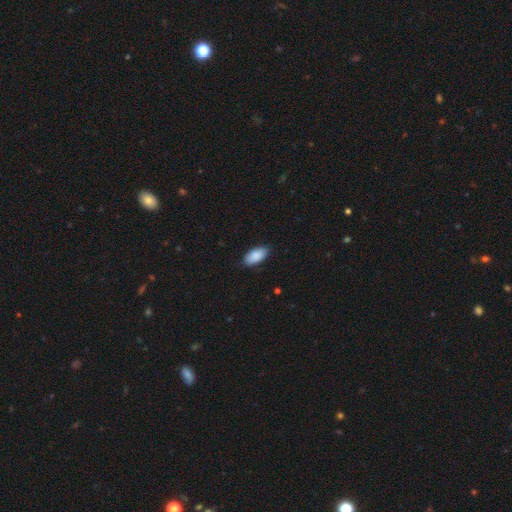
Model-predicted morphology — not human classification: A smooth galaxy with no disk features (89%) that is in between round and cigar-shaped (94%). Merging: none (87%).